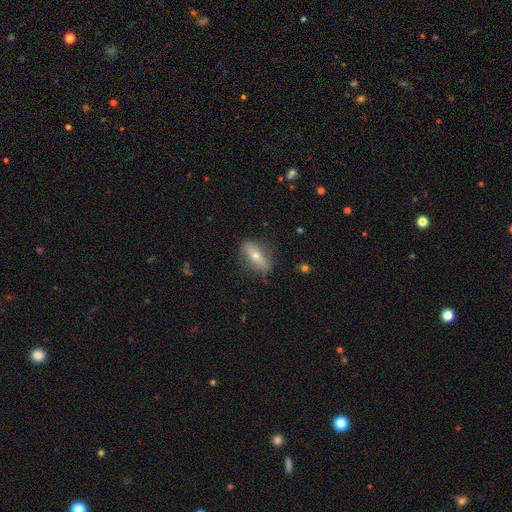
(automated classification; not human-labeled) A smooth galaxy with no disk features (54%) that is in between round and cigar-shaped (59%). Merging: none (83%).